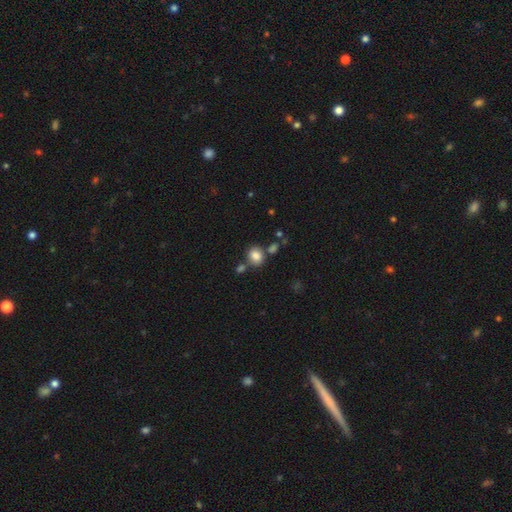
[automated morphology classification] type=smooth (83%); roundness=round (56%); merging=none (68%).